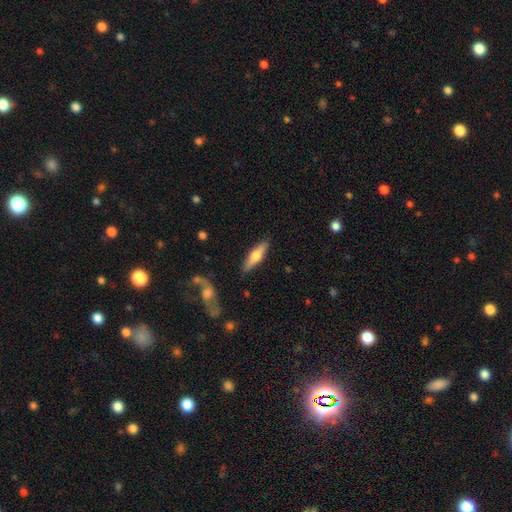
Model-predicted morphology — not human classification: Smooth or featured? featured or disk (48%)
Merging? none (87%)